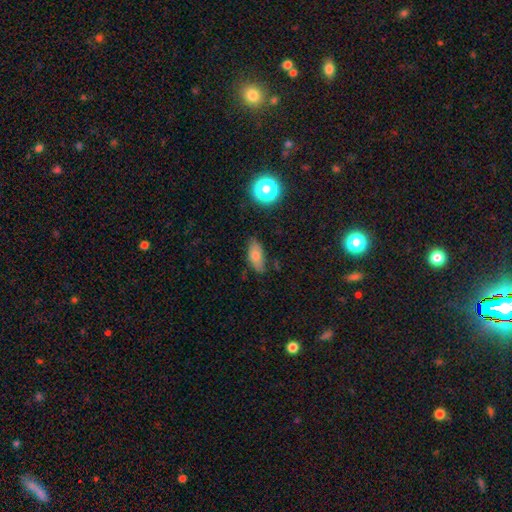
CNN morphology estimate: smooth 74%, featured or disk 16%, star or artifact 10%. Down the decision tree: how rounded — in between (85%); merging — none (75%).